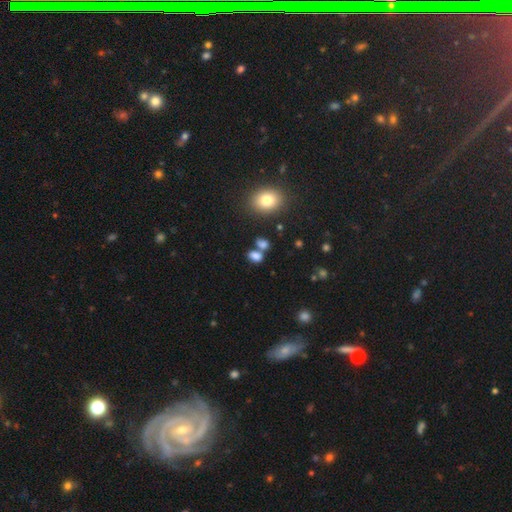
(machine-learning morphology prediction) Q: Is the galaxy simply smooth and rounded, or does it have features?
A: smooth — 79%.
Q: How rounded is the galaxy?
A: in between — 78%.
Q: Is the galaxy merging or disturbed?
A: none — 47%.